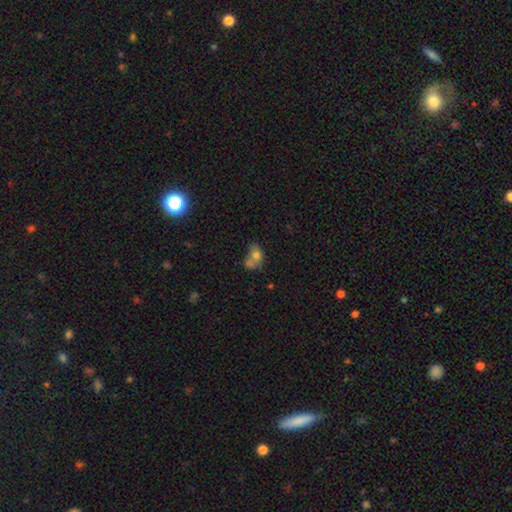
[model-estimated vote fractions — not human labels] This appears to be a smooth galaxy with no disk features (71%) that is in between round and cigar-shaped (60%). Merging: merger (59%).